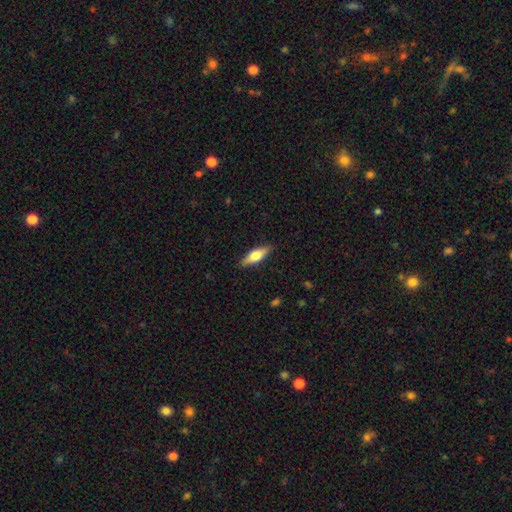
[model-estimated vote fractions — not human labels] Q: Smooth or featured?
A: smooth (57%); runner-up: featured or disk (37%)
Q: How rounded?
A: in between (52%); runner-up: cigar-shaped (46%)
Q: Merging?
A: none (88%); runner-up: minor disturbance (9%)